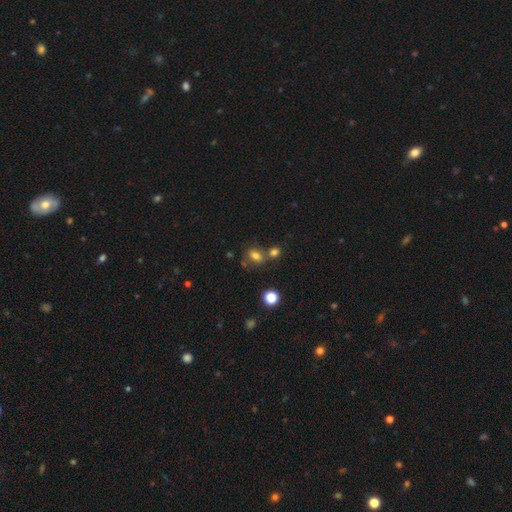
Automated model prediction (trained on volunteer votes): smooth_or_featured: smooth (p=0.74) [alt: star or artifact p=0.16]
how_rounded: in between (p=0.71) [alt: round p=0.26]
merging: none (p=0.52) [alt: merger p=0.29]